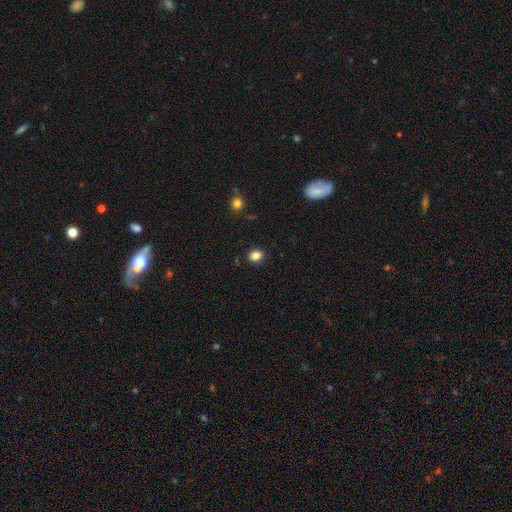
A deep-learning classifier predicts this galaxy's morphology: This appears to be a smooth galaxy with no disk features (84%) that is round (54%). Merging: none (89%).